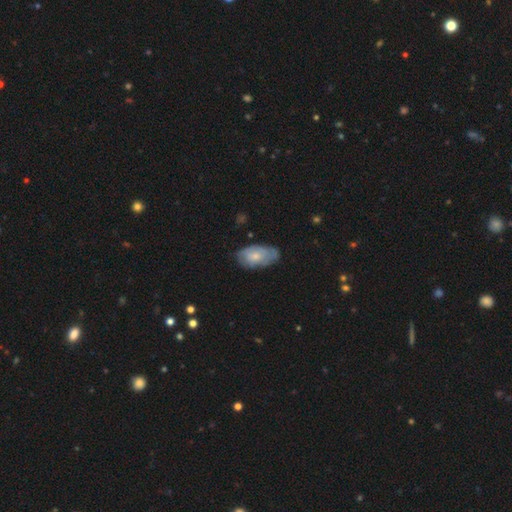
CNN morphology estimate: smooth_or_featured: smooth (p=0.55) [alt: featured or disk p=0.38]
how_rounded: in between (p=0.92) [alt: round p=0.05]
merging: none (p=0.59) [alt: minor disturbance p=0.31]